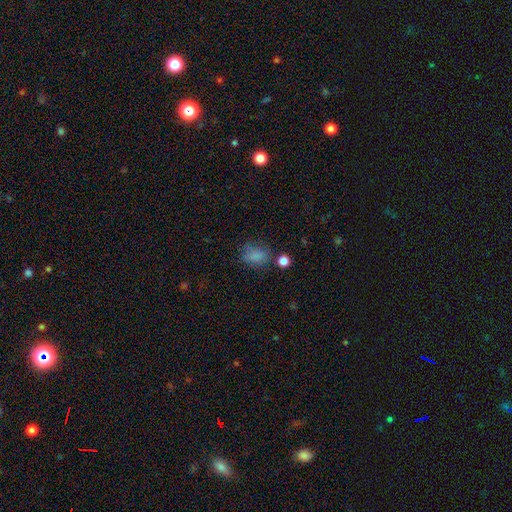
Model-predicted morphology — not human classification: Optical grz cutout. It shows a smooth galaxy with no disk features (75%) that is in between round and cigar-shaped (62%). Merging: none (62%).